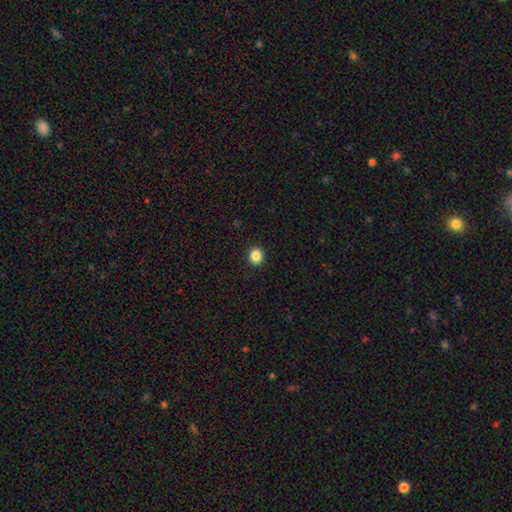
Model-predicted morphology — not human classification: This is clearly a smooth galaxy (86%). How rounded: clearly round (81%). Merging: clearly none (93%).